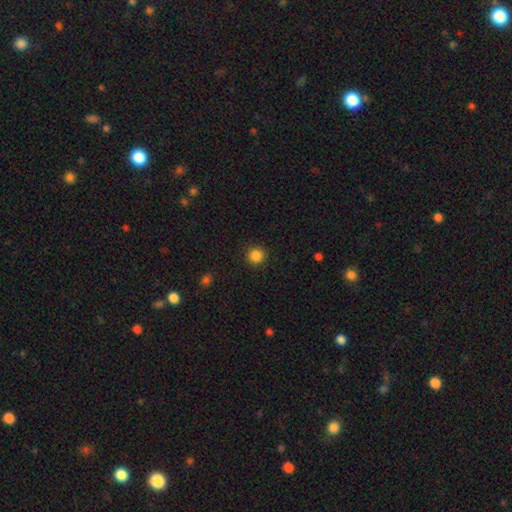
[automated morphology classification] A smooth galaxy with no disk features (86%) that is round (94%).

Vote fractions:
- Smooth or featured? smooth: 86% / star or artifact: 11% / featured or disk: 3%
- How rounded? round: 94% / in between: 5% / cigar-shaped: 1%
- Merging? none: 91% / minor disturbance: 6% / major disturbance: 2% / merger: 1%